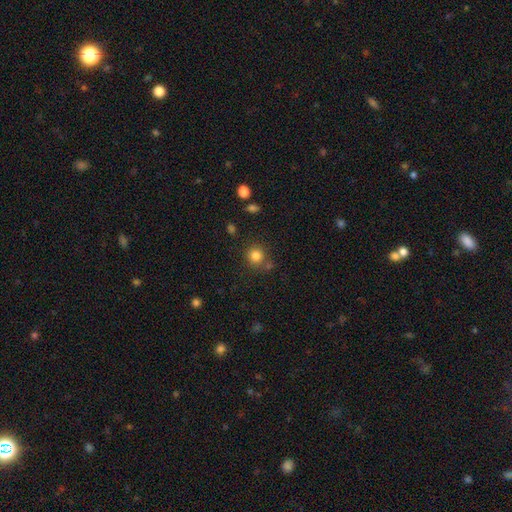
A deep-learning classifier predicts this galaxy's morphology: A smooth galaxy with no disk features (83%) that is round (90%). Merging: none (74%).